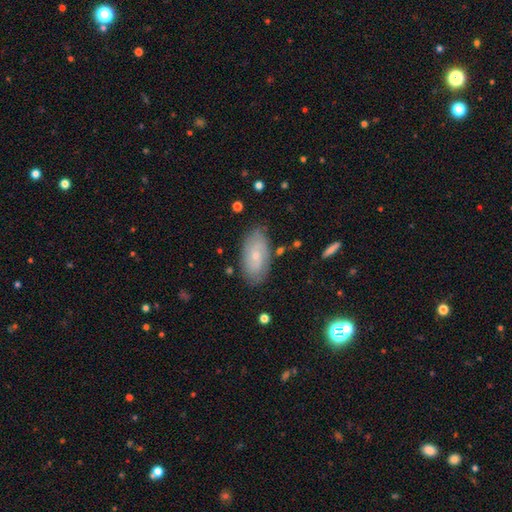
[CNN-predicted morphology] Smooth or featured? featured or disk (49%)
Merging? none (79%)